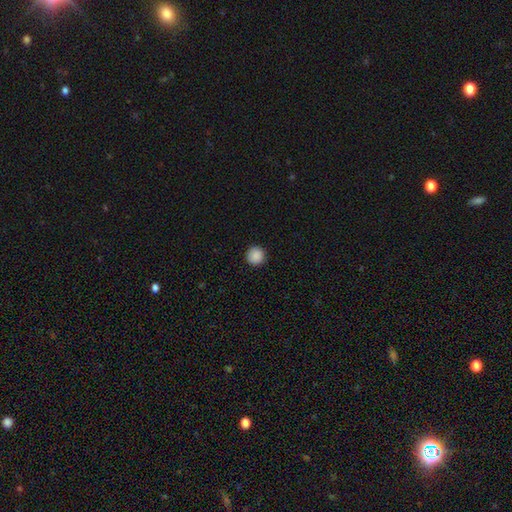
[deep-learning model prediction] A smooth galaxy with no disk features (89%) that is round (96%). Merging: none (93%).